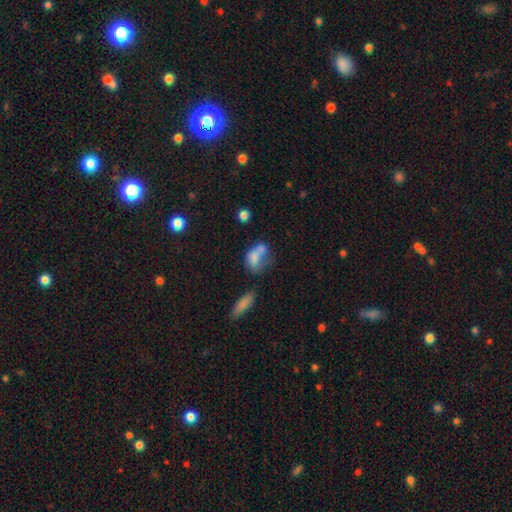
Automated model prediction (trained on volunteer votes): A smooth galaxy with no disk features (66%) that is in between round and cigar-shaped (76%). Merging: merger (36%).